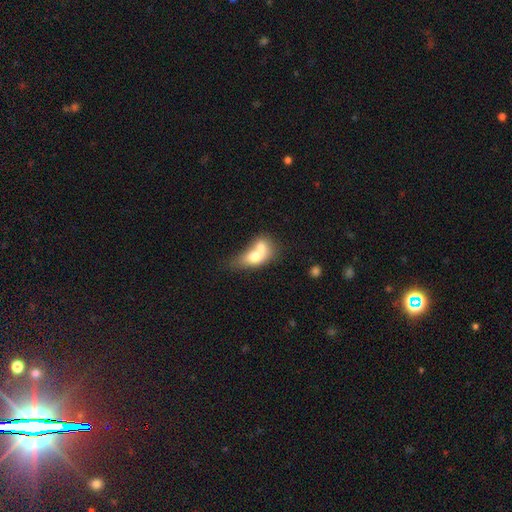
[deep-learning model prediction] Q: Smooth or featured?
A: smooth (64%); runner-up: featured or disk (28%)
Q: How rounded?
A: in between (68%); runner-up: round (26%)
Q: Merging?
A: merger (74%); runner-up: none (13%)